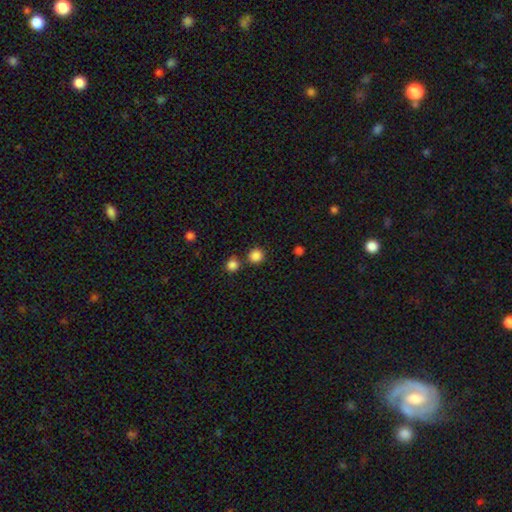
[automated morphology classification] This appears to be a smooth galaxy with no disk features (85%) that is round (91%). Merging: none (78%).